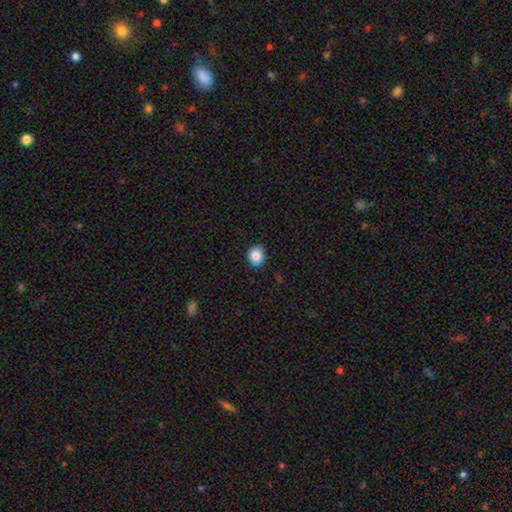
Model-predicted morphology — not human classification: Q: Smooth or featured?
A: smooth (85%); runner-up: star or artifact (9%)
Q: How rounded?
A: round (67%); runner-up: in between (32%)
Q: Merging?
A: none (89%); runner-up: minor disturbance (8%)